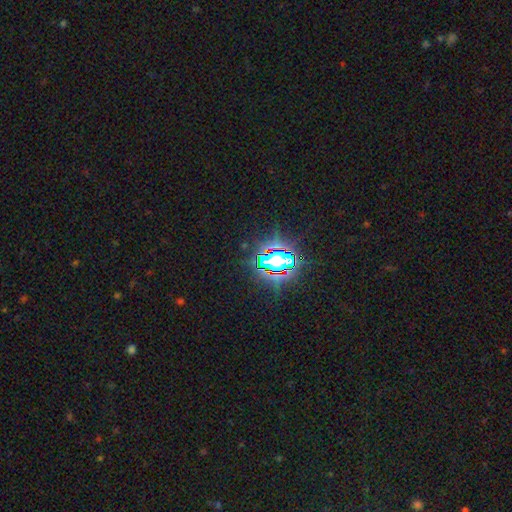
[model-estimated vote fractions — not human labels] A star or artifact, not a galaxy (84%).

Vote fractions:
- Smooth or featured? star or artifact: 84% / smooth: 10% / featured or disk: 6%